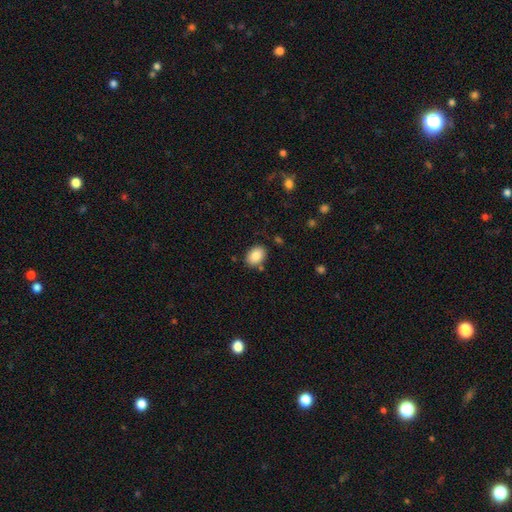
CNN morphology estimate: Smooth or featured? smooth (86%)
How rounded? in between (75%)
Merging? none (81%)